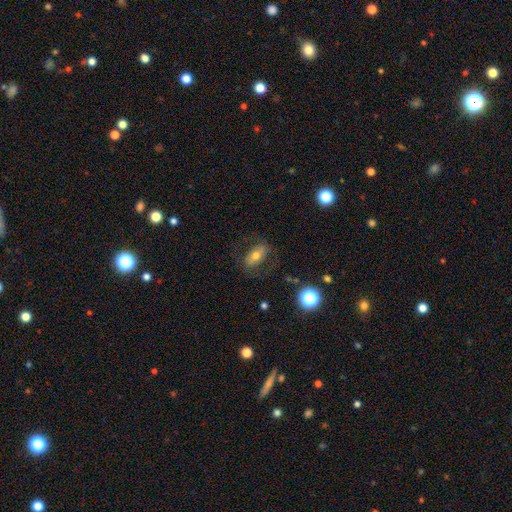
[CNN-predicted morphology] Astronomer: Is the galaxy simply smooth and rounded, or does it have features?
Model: smooth — 59%.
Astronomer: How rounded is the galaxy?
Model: in between — 87%.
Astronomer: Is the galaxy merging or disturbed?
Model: none — 73%.